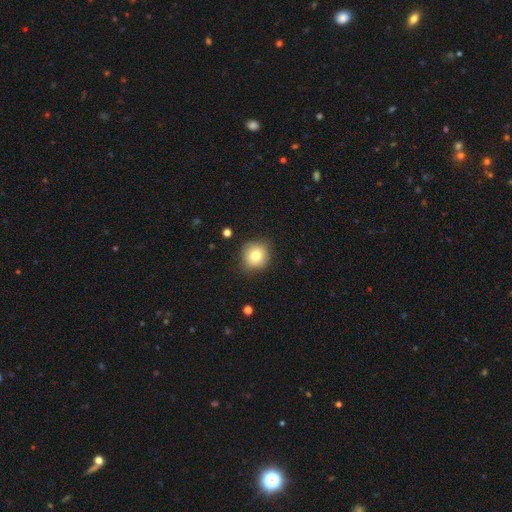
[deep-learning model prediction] Smooth or featured? Predicted: smooth (p=0.77). How rounded? Predicted: round (p=0.92). Merging? Predicted: none (p=0.83).